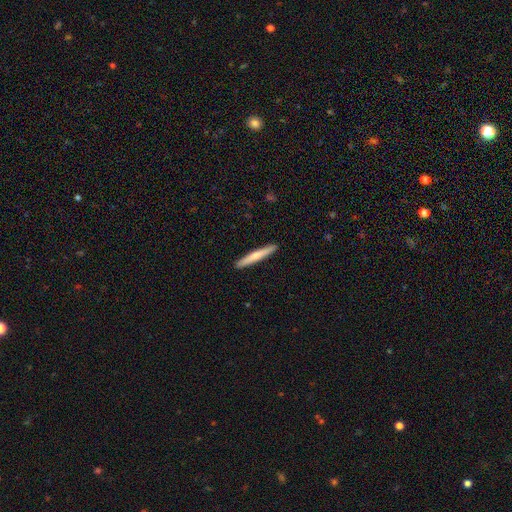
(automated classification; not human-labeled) This is likely a smooth galaxy (65%). How rounded: clearly cigar-shaped (96%). Merging: clearly none (92%).